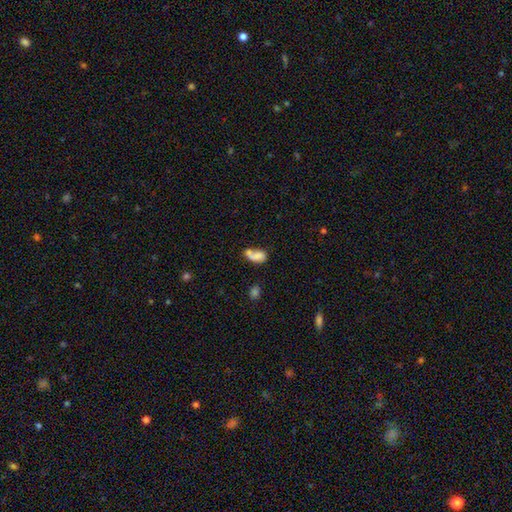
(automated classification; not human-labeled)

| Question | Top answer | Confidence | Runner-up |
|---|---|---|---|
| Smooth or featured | smooth | 65% | featured or disk (25%) |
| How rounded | in between | 85% | round (11%) |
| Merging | merger | 38% | none (28%) |